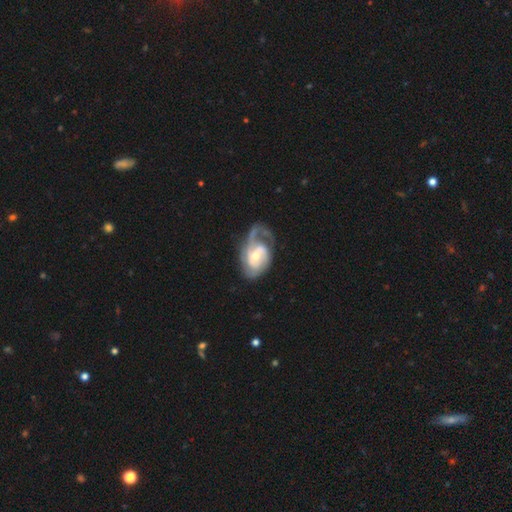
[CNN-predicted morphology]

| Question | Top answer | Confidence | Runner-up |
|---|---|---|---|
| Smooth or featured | featured or disk | 80% | smooth (15%) |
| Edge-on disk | no | 97% | yes (3%) |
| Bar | no | 48% | weak (41%) |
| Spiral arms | yes | 90% | no (10%) |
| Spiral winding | medium | 40% | tight (39%) |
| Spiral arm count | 2 | 39% | 1 (32%) |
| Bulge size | moderate | 58% | small (33%) |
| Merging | none | 38% | major disturbance (36%) |